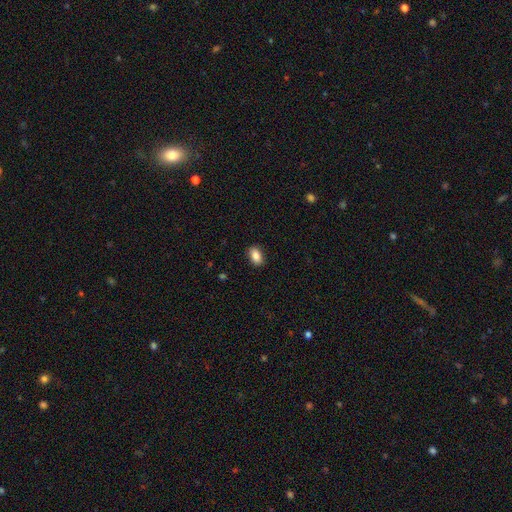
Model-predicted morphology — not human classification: Smooth or featured: smooth — 88% (star or artifact — 8%)
How rounded: in between — 89% (round — 8%)
Merging: none — 88% (minor disturbance — 9%)